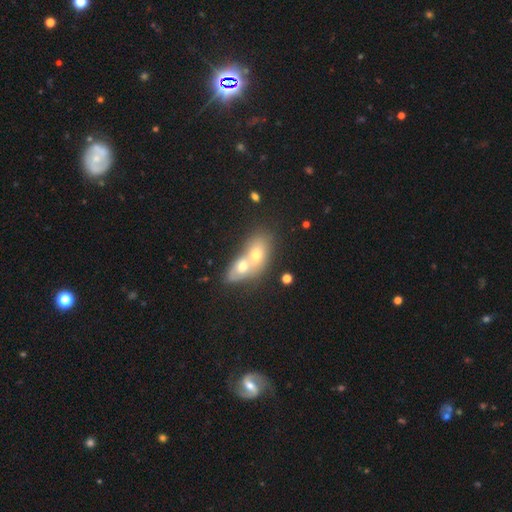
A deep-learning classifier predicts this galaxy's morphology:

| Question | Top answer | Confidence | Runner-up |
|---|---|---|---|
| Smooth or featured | smooth | 59% | featured or disk (32%) |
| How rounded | in between | 74% | round (23%) |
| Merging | merger | 75% | none (17%) |